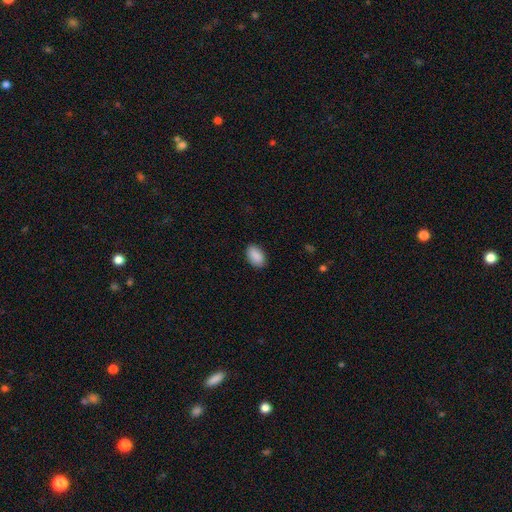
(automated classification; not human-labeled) This appears to be a smooth galaxy with no disk features (90%) that is in between round and cigar-shaped (92%). Merging: none (87%).